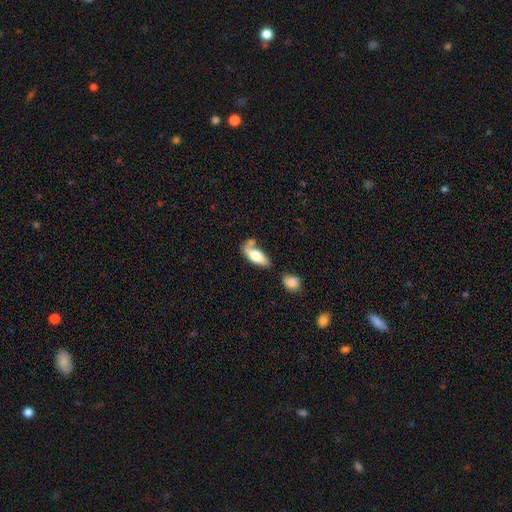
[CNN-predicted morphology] A smooth galaxy with no disk features (70%) that is in between round and cigar-shaped (77%).

Vote fractions:
- Smooth or featured? smooth: 70% / featured or disk: 24% / star or artifact: 6%
- How rounded? in between: 77% / cigar-shaped: 20% / round: 3%
- Merging? none: 44% / merger: 23% / minor disturbance: 22% / major disturbance: 11%